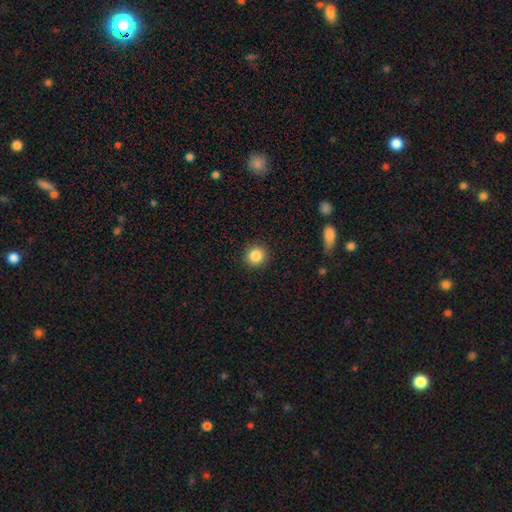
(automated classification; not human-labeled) A smooth galaxy with no disk features (86%) that is round (92%). Merging: none (91%).